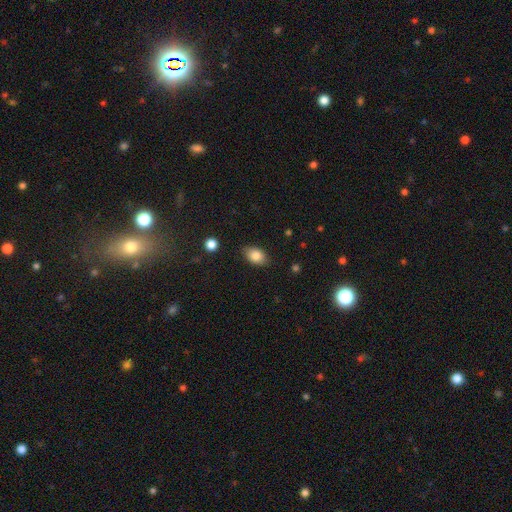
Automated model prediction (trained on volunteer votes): Smooth or featured?
  - smooth: 84% *
  - star or artifact: 8%
  - featured or disk: 7%
How rounded?
  - in between: 85% *
  - round: 13%
  - cigar-shaped: 2%
Merging?
  - none: 84% *
  - minor disturbance: 12%
  - major disturbance: 3%
  - merger: 1%